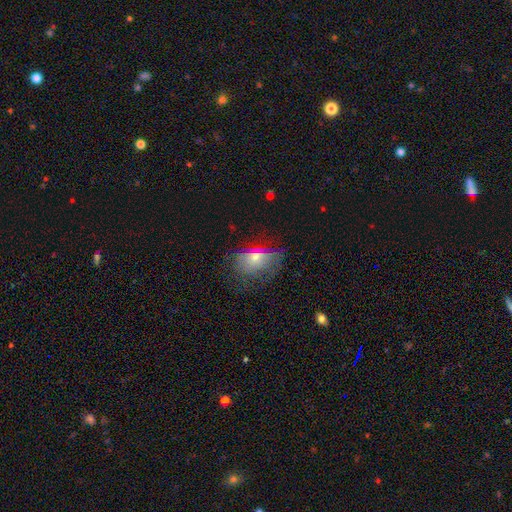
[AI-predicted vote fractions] Smooth or featured: smooth — 56% (featured or disk — 29%)
How rounded: in between — 72% (round — 26%)
Merging: none — 49% (minor disturbance — 28%)